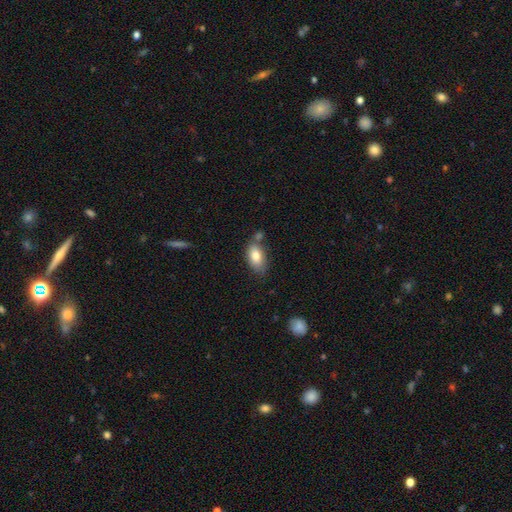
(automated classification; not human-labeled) Q: Smooth or featured?
A: smooth (82%); runner-up: featured or disk (11%)
Q: How rounded?
A: in between (91%); runner-up: round (5%)
Q: Merging?
A: none (60%); runner-up: minor disturbance (20%)